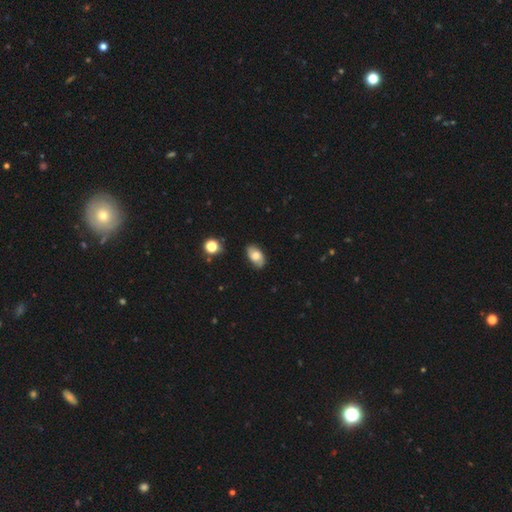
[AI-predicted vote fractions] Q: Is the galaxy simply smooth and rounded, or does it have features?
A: smooth — 58%.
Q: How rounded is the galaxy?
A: in between — 90%.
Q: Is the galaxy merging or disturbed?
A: none — 78%.